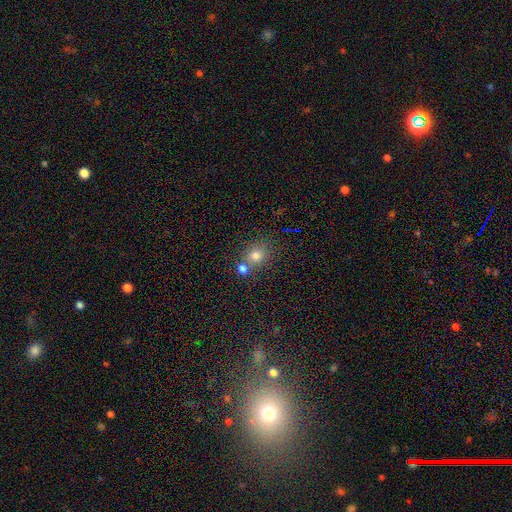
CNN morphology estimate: Smooth or featured? smooth (78%)
How rounded? round (79%)
Merging? none (54%)